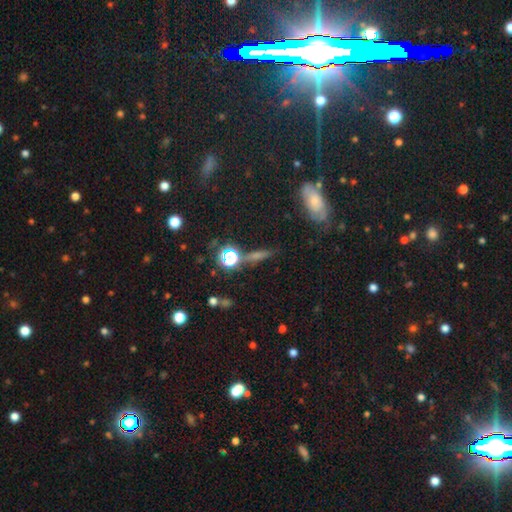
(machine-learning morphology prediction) This is marginally a star or artifact rather than a galaxy (42%).